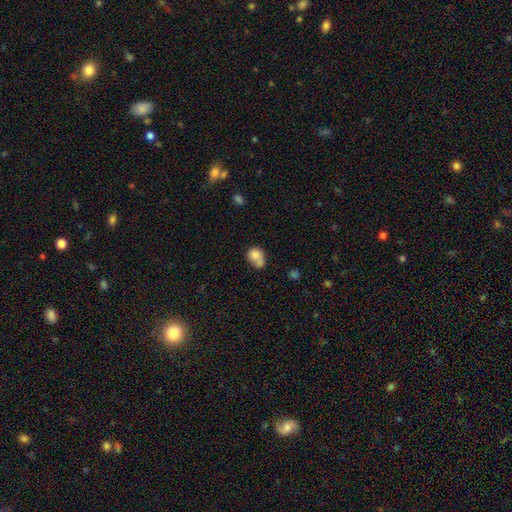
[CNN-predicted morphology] This is likely a smooth galaxy (77%). How rounded: likely round (60%). Merging: marginally none (35%).